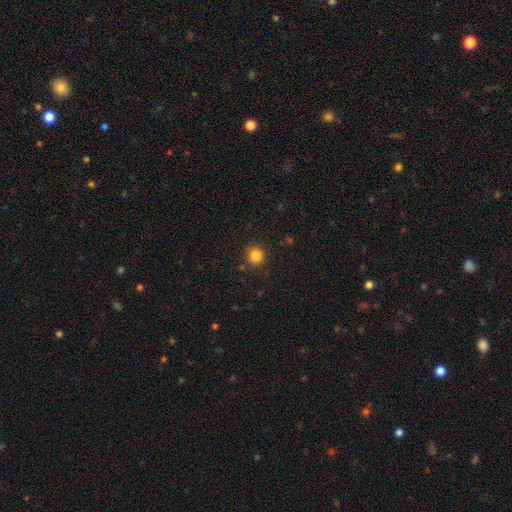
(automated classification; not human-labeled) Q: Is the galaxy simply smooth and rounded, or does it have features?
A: smooth — 84%.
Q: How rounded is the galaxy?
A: round — 94%.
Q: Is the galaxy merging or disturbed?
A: none — 89%.